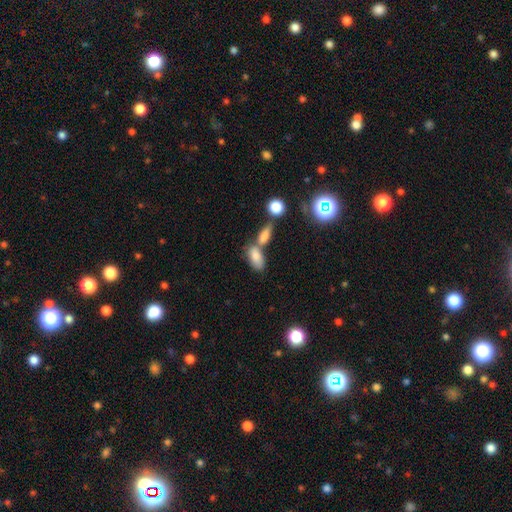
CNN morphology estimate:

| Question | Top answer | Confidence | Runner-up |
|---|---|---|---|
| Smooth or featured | smooth | 80% | featured or disk (11%) |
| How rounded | in between | 87% | cigar-shaped (8%) |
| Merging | merger | 46% | none (39%) |